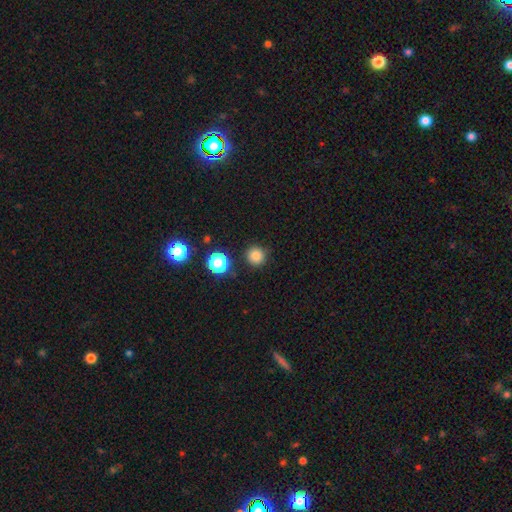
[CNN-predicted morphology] A smooth galaxy with no disk features (82%) that is round (95%).

Vote fractions:
- Smooth or featured? smooth: 82% / star or artifact: 14% / featured or disk: 4%
- How rounded? round: 95% / in between: 4% / cigar-shaped: 1%
- Merging? none: 89% / minor disturbance: 7% / major disturbance: 2% / merger: 2%